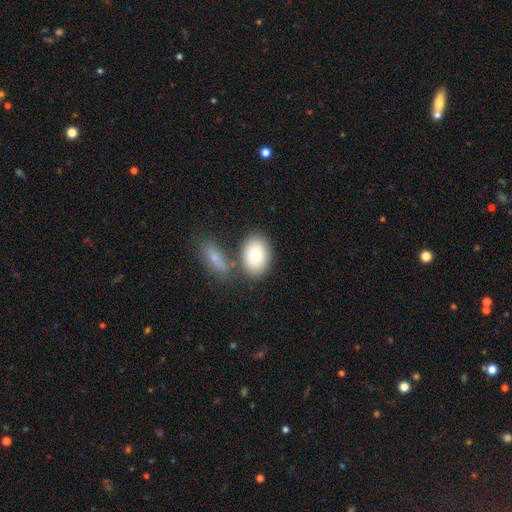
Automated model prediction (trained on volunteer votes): A smooth galaxy with no disk features (77%) that is in between round and cigar-shaped (78%). Merging: none (68%).